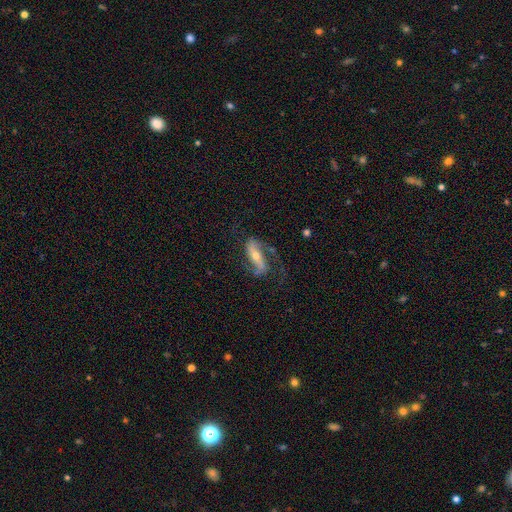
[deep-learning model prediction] A featured or disk galaxy (82%) with a strong bar (51%), 2 (88%) loose (49%) spiral arms (94%) and a moderate central bulge (47%, tied with small).

Vote fractions:
- Smooth or featured? featured or disk: 82% / smooth: 12% / star or artifact: 6%
- Edge-on disk? no: 91% / yes: 9%
- Bar? strong: 51% / weak: 26% / no: 23%
- Spiral arms? yes: 94% / no: 6%
- Spiral winding? loose: 49% / medium: 38% / tight: 13%
- Spiral arm count? 2: 88% / 1: 6% / can't tell: 4% / 3: 1% / 4: 1% / more than 4: 1%
- Bulge size? moderate: 47% (tied) / small: 47% (tied) / large: 3% / none: 2% / dominant: 1%
- Merging? none: 60% / major disturbance: 19% / minor disturbance: 18% / merger: 2%